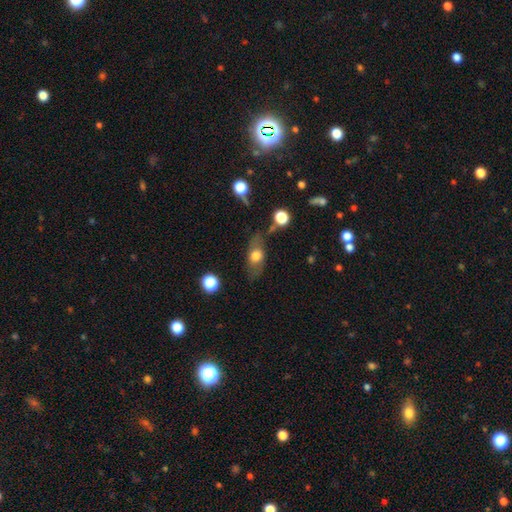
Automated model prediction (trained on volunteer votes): Smooth or featured: smooth — 57% (featured or disk — 34%)
How rounded: in between — 70% (round — 18%)
Merging: none — 63% (minor disturbance — 22%)